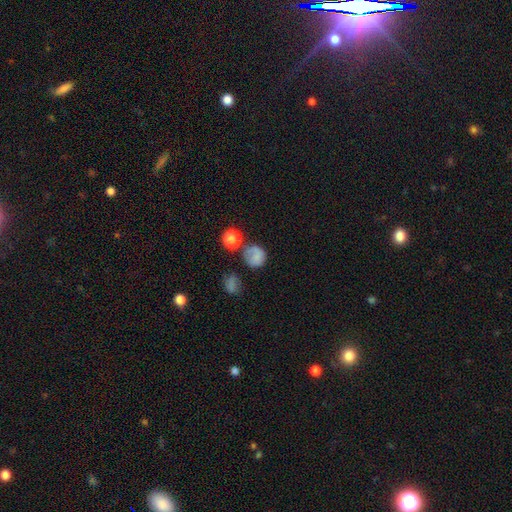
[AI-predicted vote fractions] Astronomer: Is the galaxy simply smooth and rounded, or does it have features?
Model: smooth — 75%.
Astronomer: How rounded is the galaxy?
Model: round — 81%.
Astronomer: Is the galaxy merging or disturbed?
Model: none — 55%.